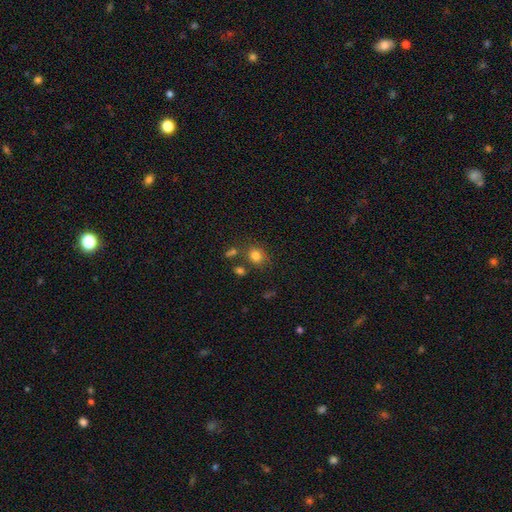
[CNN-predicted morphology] This is clearly a smooth galaxy (81%). How rounded: likely round (67%). Merging: likely none (72%).